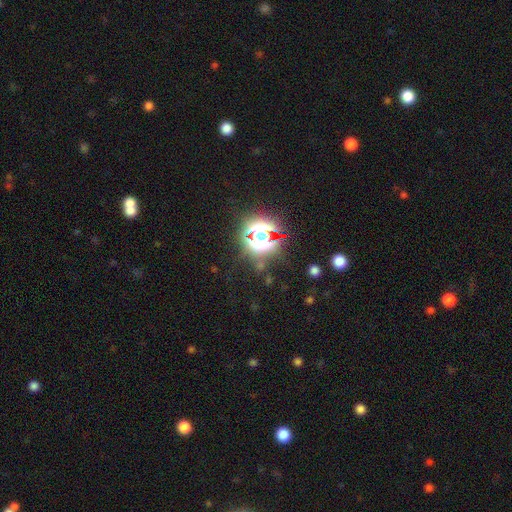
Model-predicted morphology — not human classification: The model was most divided on "smooth or featured": star or artifact: 58%, smooth: 29%, featured or disk: 13%.